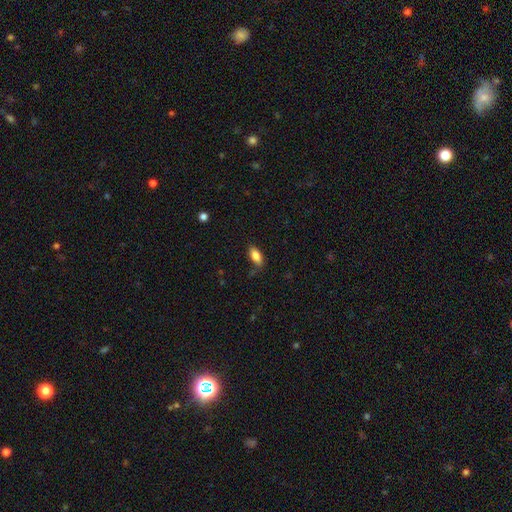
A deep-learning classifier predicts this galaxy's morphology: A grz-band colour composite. It shows a smooth galaxy with no disk features (84%) that is in between round and cigar-shaped (87%). Merging: none (73%).